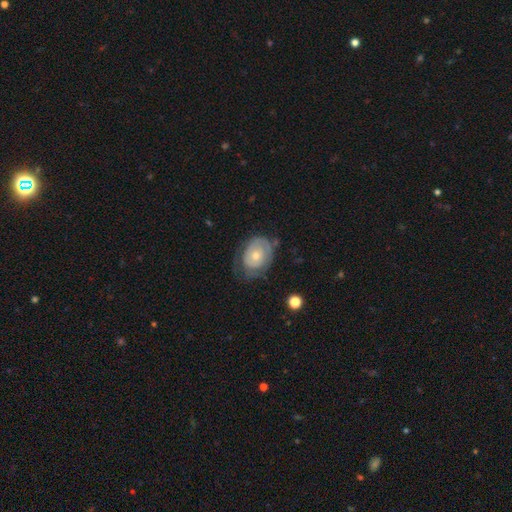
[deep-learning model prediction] Smooth or featured? Predicted: featured or disk (p=0.54). Edge-on disk? Predicted: no (p=0.95). Bar? Predicted: no (p=0.85). Spiral arms? Predicted: yes (p=0.54). Bulge size? Predicted: small (p=0.48). Merging? Predicted: none (p=0.51).